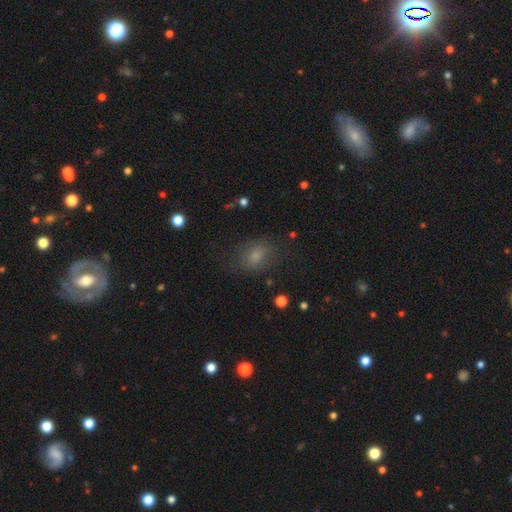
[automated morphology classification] This appears to be a smooth galaxy with no disk features (71%) that is in between round and cigar-shaped (63%). Merging: none (72%).